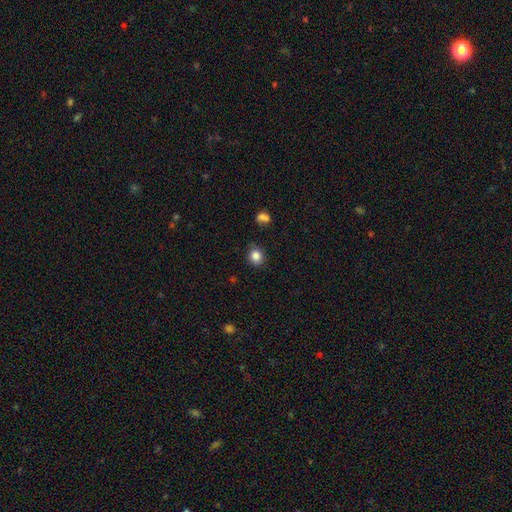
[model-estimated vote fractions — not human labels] Smooth or featured: smooth — 84% (star or artifact — 11%)
How rounded: round — 71% (in between — 28%)
Merging: none — 82% (minor disturbance — 13%)